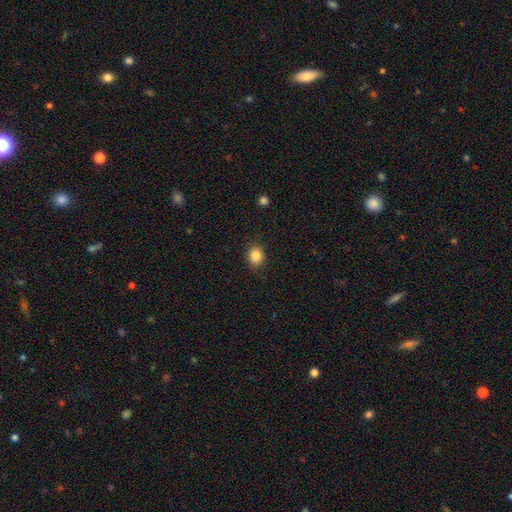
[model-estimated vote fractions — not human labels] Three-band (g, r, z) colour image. It shows a smooth galaxy with no disk features (85%) that is round (54%). Merging: none (88%).